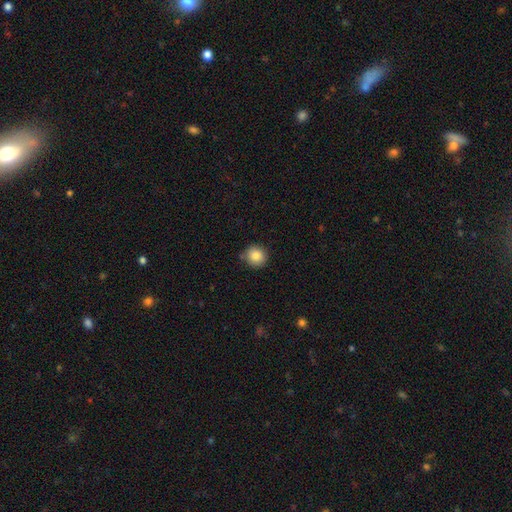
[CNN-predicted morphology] A smooth galaxy with no disk features (86%) that is round (92%). Merging: none (81%).